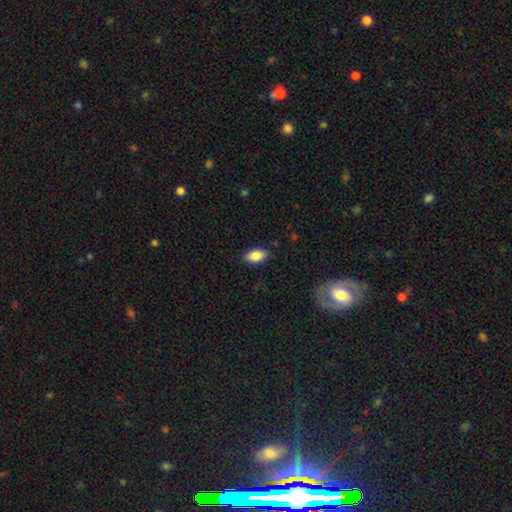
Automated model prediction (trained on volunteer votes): A smooth galaxy with no disk features (87%) that is in between round and cigar-shaped (92%). Merging: none (85%).